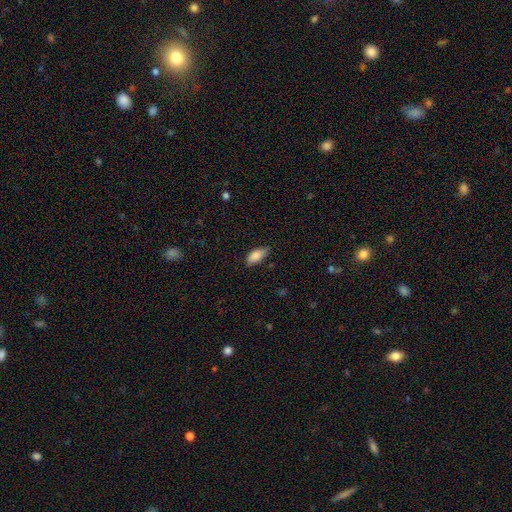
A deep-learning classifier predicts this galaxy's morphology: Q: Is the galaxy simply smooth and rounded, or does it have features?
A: smooth — 86%.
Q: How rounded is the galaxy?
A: in between — 88%.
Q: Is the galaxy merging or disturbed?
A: none — 72%.